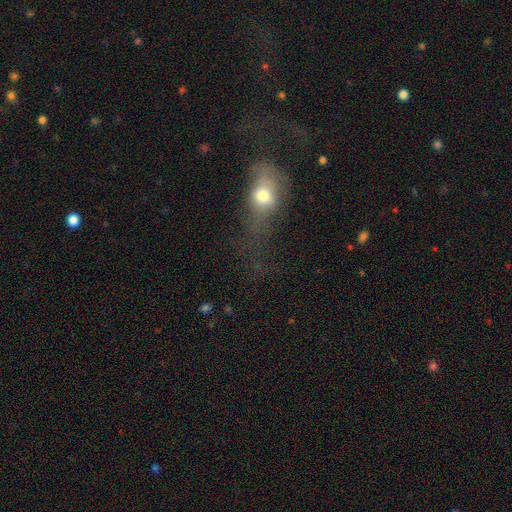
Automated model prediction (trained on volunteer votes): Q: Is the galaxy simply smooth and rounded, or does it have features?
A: smooth — 47%.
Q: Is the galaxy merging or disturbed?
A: major disturbance — 43%.